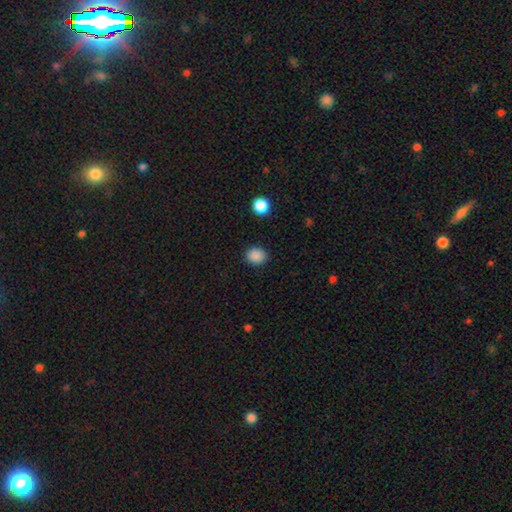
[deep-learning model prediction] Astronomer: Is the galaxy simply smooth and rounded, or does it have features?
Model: smooth — 87%.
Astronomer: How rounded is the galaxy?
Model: round — 72%.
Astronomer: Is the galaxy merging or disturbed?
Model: none — 89%.